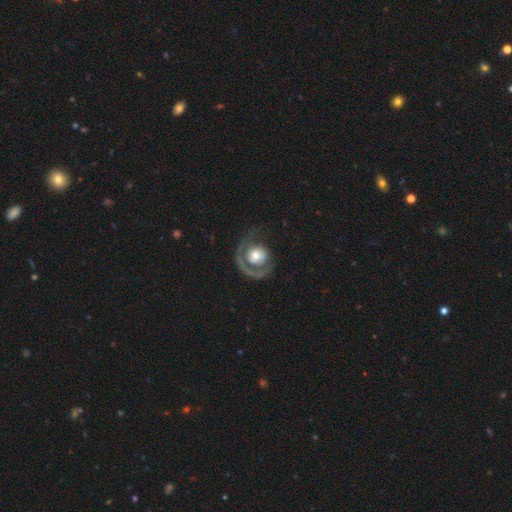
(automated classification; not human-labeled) smooth-or-featured: featured or disk: 68% | smooth: 26% | star or artifact: 5%
  disk-edge-on: no: 97% | yes: 3%
    bar: no: 81% | weak: 15% | strong: 4%
    has-spiral-arms: yes: 64% | no: 36%
    bulge-size: moderate: 57% | small: 20% | large: 18% | dominant: 2% | none: 2%
  merging: none: 46% | major disturbance: 34% | minor disturbance: 17% | merger: 3%